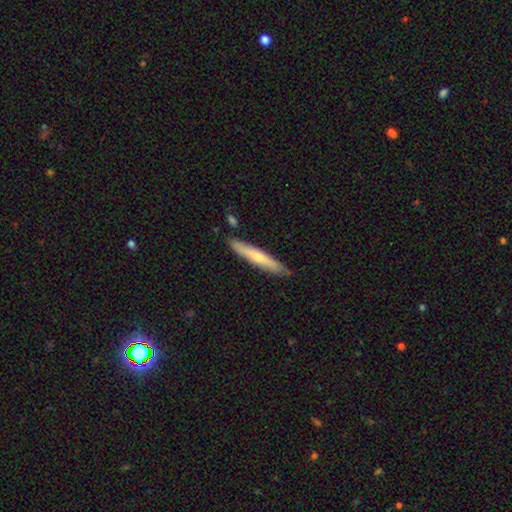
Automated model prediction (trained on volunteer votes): This appears to be a smooth galaxy with no disk features (57%) that is cigar-shaped (93%). Merging: none (85%).